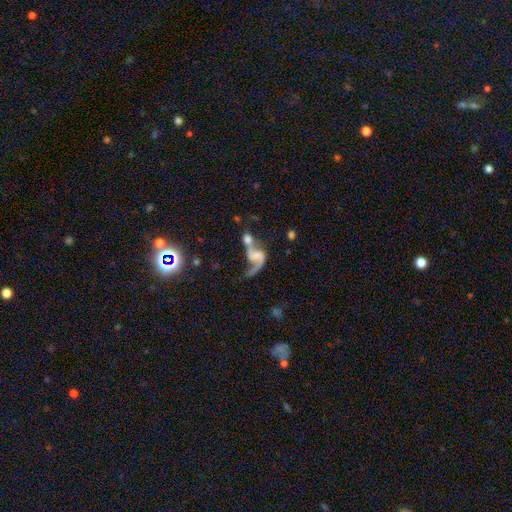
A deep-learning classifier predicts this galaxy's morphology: smooth-or-featured: featured or disk: 69% | smooth: 21% | star or artifact: 10%
  disk-edge-on: no: 97% | yes: 3%
    bar: no: 53% | weak: 32% | strong: 15%
    has-spiral-arms: yes: 81% | no: 19%
      spiral-winding: loose: 80% | medium: 17% | tight: 4%
      spiral-arm-count: 2: 60% | 1: 33% | can't tell: 4% | 3: 1% | 4: 1% | more than 4: 1%
    bulge-size: none: 46% | small: 26% | moderate: 19% | large: 7% | dominant: 2%
  merging: merger: 52% | major disturbance: 21% | none: 18% | minor disturbance: 9%